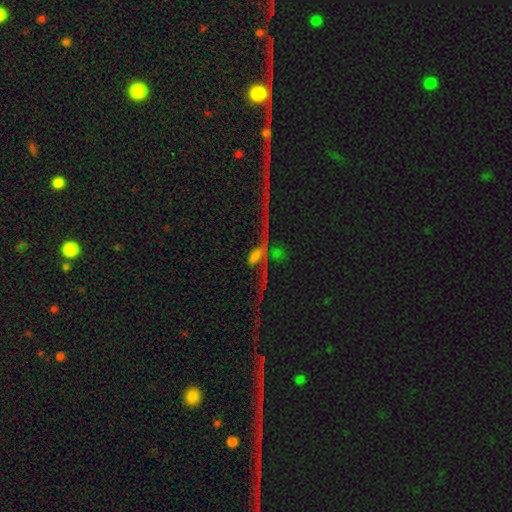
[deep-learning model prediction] Smooth or featured: featured or disk — 41% (star or artifact — 34%)
Merging: none — 35% (major disturbance — 31%)